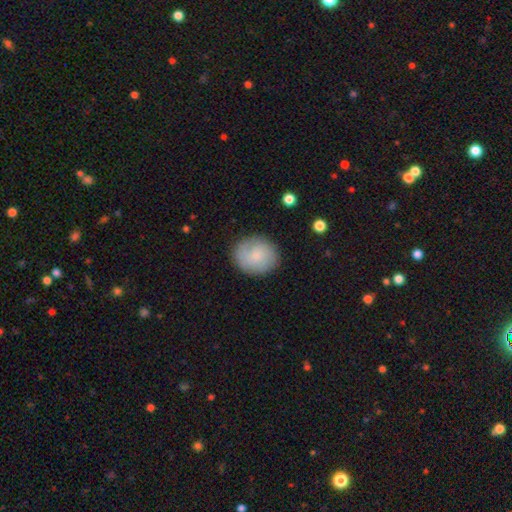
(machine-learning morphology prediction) smooth 70%, featured or disk 23%, star or artifact 7%. Down the decision tree: how rounded — round (67%); merging — none (81%).